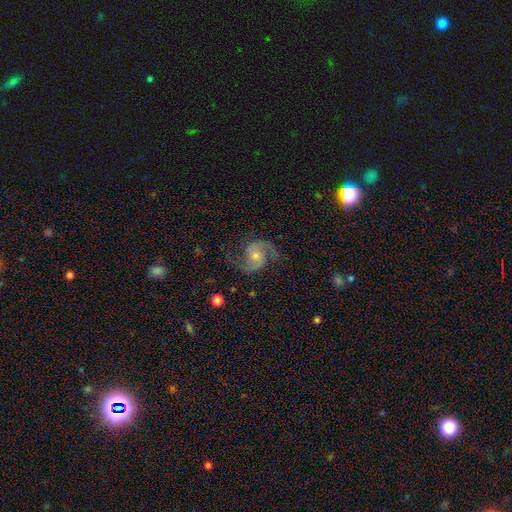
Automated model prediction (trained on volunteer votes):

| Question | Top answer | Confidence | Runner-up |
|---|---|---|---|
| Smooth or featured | featured or disk | 90% | star or artifact (6%) |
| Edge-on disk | no | 98% | yes (2%) |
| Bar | no | 64% | weak (29%) |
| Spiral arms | yes | 98% | no (2%) |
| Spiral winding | medium | 58% | loose (27%) |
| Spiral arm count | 2 | 94% | can't tell (2%) |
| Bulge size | small | 51% | moderate (43%) |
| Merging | none | 79% | minor disturbance (14%) |